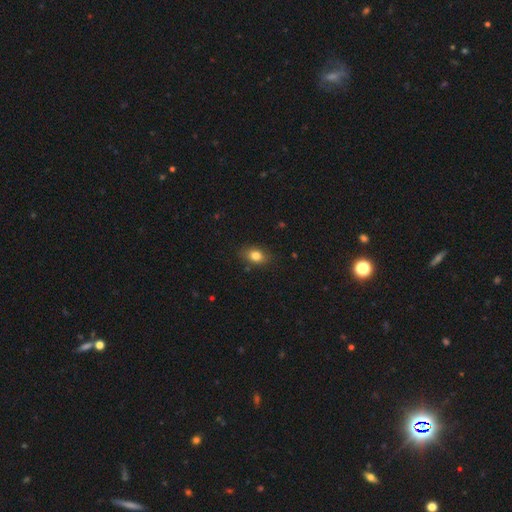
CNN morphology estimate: This is clearly a smooth galaxy (82%). How rounded: likely in between (73%). Merging: clearly none (83%).